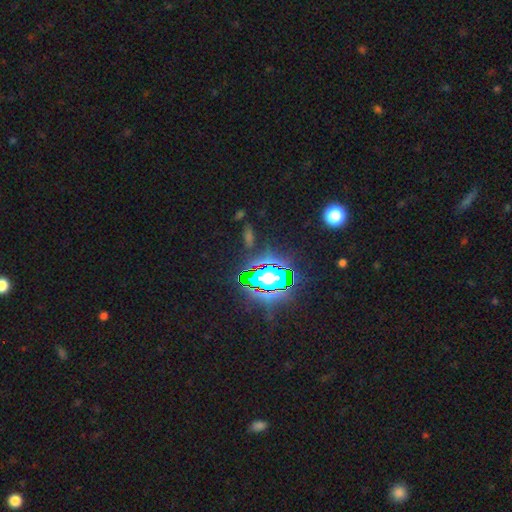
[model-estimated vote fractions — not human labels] Overall: star or artifact (84%).